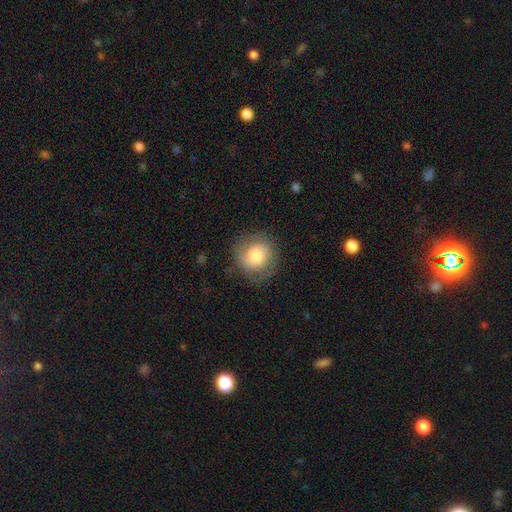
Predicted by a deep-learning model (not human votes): A smooth galaxy with no disk features (70%) that is round (87%).

Vote fractions:
- Smooth or featured? smooth: 70% / featured or disk: 21% / star or artifact: 8%
- How rounded? round: 87% / in between: 12% / cigar-shaped: 1%
- Merging? none: 78% / minor disturbance: 15% / major disturbance: 6% / merger: 1%